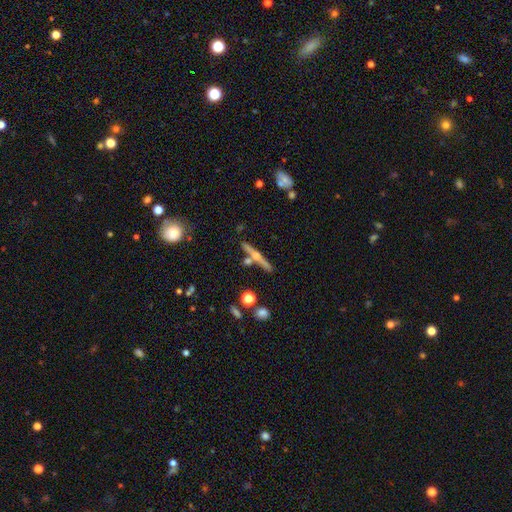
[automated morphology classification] Smooth or featured: featured or disk — 70% (smooth — 22%)
Edge-on disk: yes — 97% (no — 3%)
Edge-on bulge: rounded — 88% (none — 7%)
Merging: none — 77% (merger — 10%)